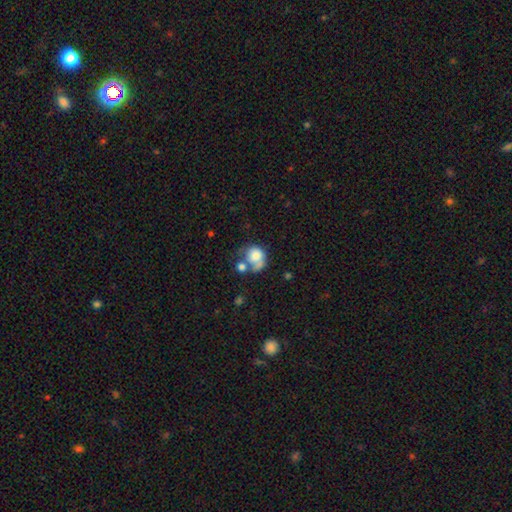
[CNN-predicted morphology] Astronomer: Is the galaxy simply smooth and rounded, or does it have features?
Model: smooth — 70%.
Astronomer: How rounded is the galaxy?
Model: round — 70%.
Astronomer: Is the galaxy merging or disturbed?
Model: merger — 38% (runner-up: none, 25%).